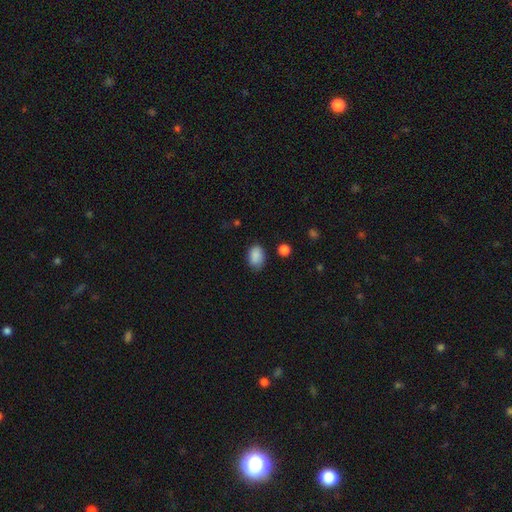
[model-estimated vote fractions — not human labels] Smooth or featured: smooth — 87% (star or artifact — 8%)
How rounded: in between — 79% (round — 20%)
Merging: none — 71% (minor disturbance — 22%)